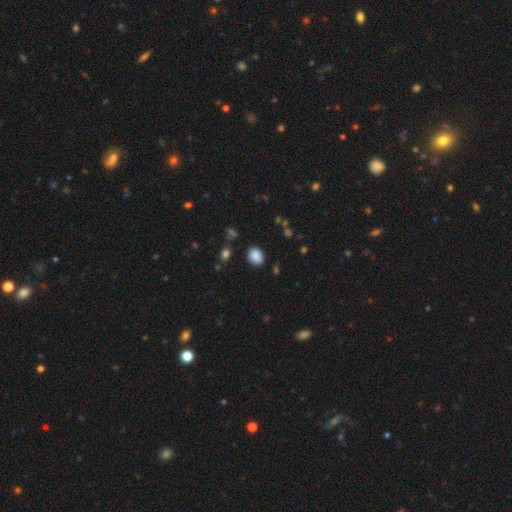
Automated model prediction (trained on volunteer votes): Smooth or featured?
  - smooth: 86% *
  - star or artifact: 9%
  - featured or disk: 5%
How rounded?
  - round: 52% *
  - in between: 47%
  - cigar-shaped: 1%
Merging?
  - none: 83% *
  - minor disturbance: 12%
  - major disturbance: 3%
  - merger: 2%